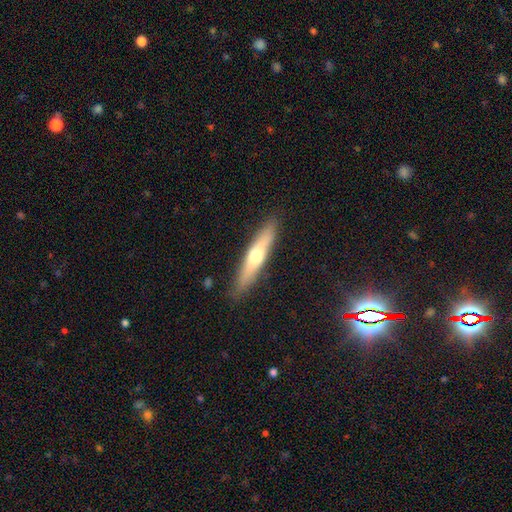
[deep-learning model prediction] Smooth or featured? smooth (51%)
How rounded? cigar-shaped (87%)
Merging? none (87%)